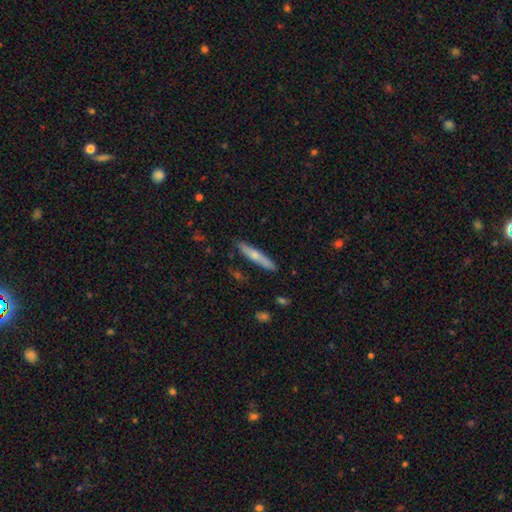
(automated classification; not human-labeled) Q: Smooth or featured?
A: smooth (55%); runner-up: featured or disk (39%)
Q: How rounded?
A: cigar-shaped (91%); runner-up: in between (7%)
Q: Merging?
A: none (87%); runner-up: minor disturbance (9%)